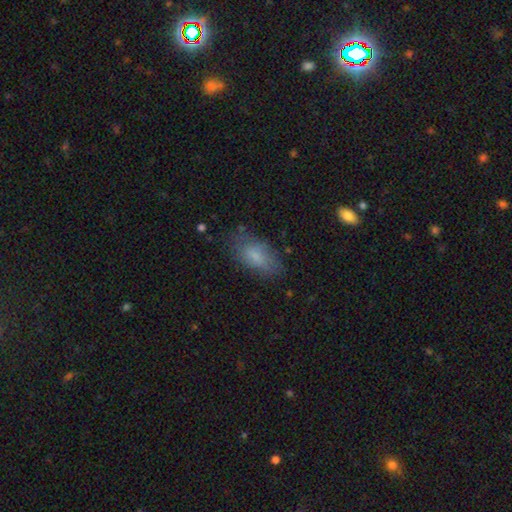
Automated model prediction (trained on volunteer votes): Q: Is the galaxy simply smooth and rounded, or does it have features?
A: smooth — 76%.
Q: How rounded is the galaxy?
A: in between — 90%.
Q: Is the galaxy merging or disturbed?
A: none — 67%.